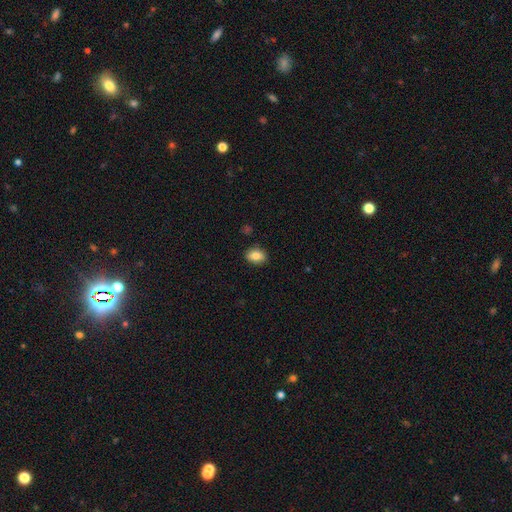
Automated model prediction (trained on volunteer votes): smooth_or_featured: smooth (p=0.84) [alt: star or artifact p=0.08]
how_rounded: in between (p=0.73) [alt: round p=0.26]
merging: none (p=0.88) [alt: minor disturbance p=0.09]